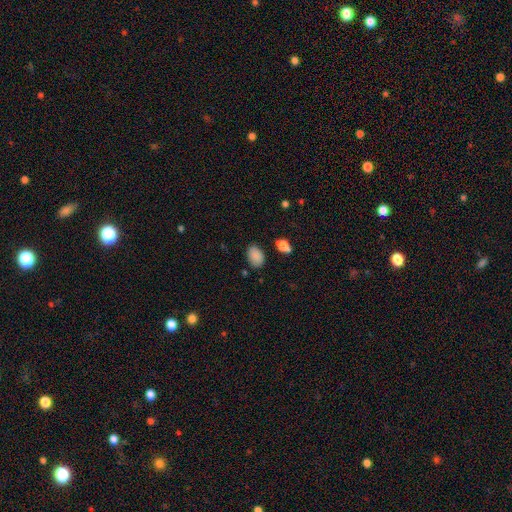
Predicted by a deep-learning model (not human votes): Overall: smooth (86%). How rounded: in between (86%). Merging: none (80%).